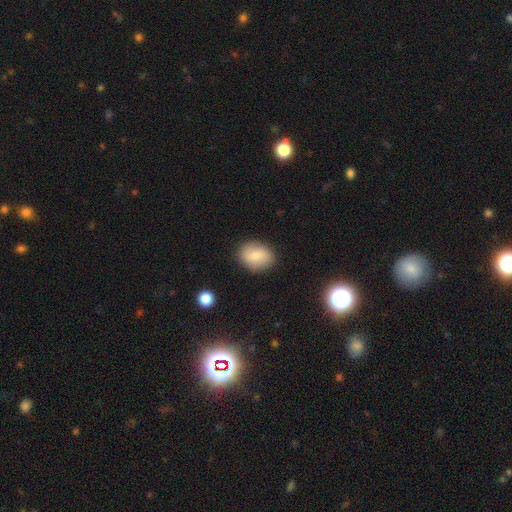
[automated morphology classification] Smooth or featured: smooth — 74% (featured or disk — 18%)
How rounded: in between — 59% (round — 40%)
Merging: none — 85% (minor disturbance — 11%)